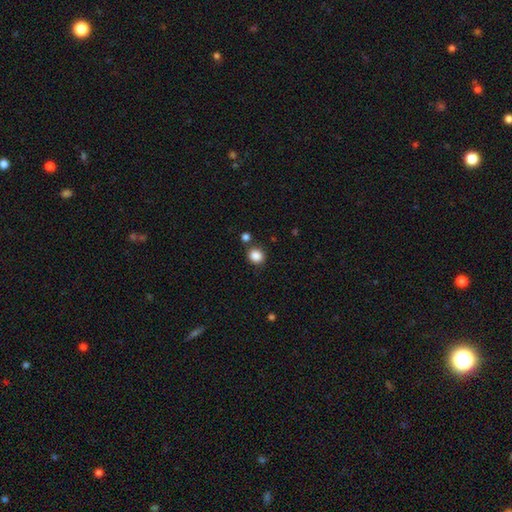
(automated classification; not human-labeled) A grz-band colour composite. It shows a smooth galaxy with no disk features (87%) that is round (80%). Merging: none (79%).